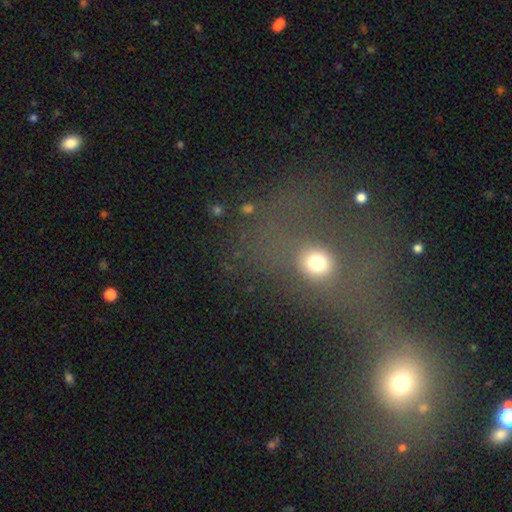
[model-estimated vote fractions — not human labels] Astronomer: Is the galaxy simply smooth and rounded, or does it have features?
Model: smooth — 46% (runner-up: star or artifact, 36%).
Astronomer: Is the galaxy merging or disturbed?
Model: merger — 47% (runner-up: none, 29%).